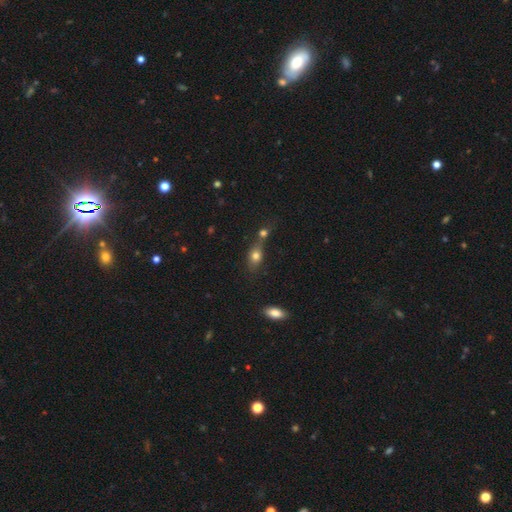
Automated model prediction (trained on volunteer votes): smooth 76%, featured or disk 12%, star or artifact 12%. Down the decision tree: how rounded — in between (67%); merging — merger (45%).